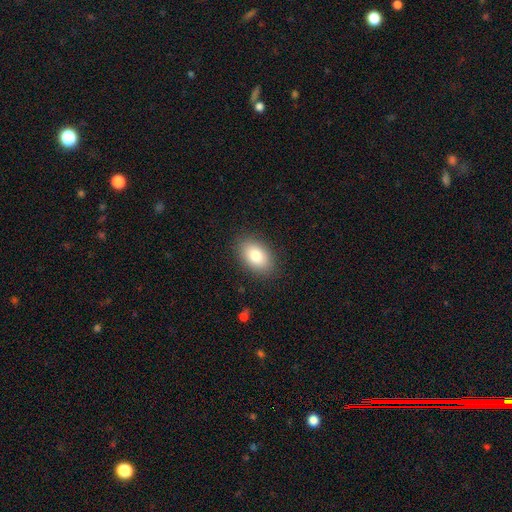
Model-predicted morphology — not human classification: Smooth or featured? Predicted: smooth (p=0.82). How rounded? Predicted: in between (p=0.89). Merging? Predicted: none (p=0.87).